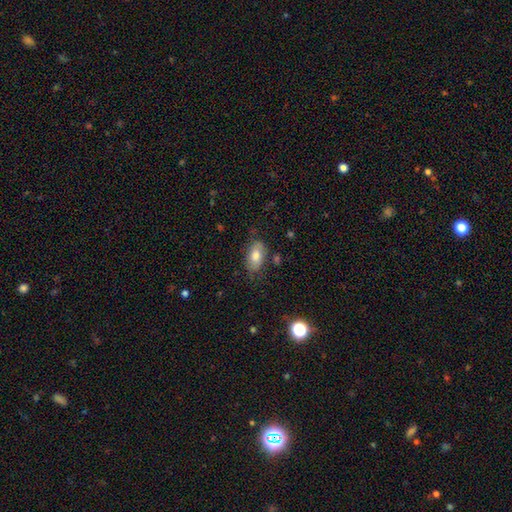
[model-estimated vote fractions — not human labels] Smooth or featured? smooth (72%)
How rounded? in between (91%)
Merging? none (70%)